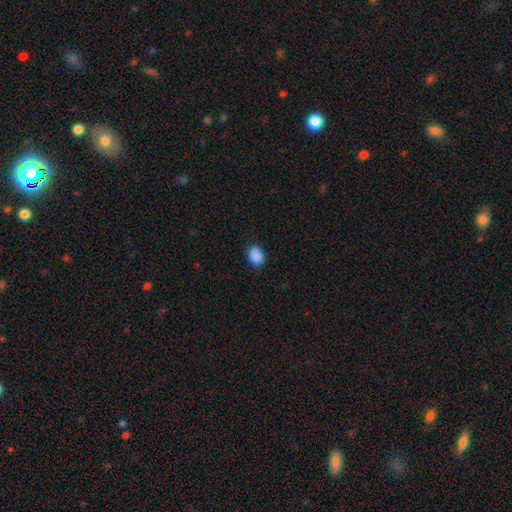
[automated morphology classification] Q: Smooth or featured?
A: smooth (89%); runner-up: star or artifact (8%)
Q: How rounded?
A: in between (67%); runner-up: round (32%)
Q: Merging?
A: none (80%); runner-up: minor disturbance (16%)